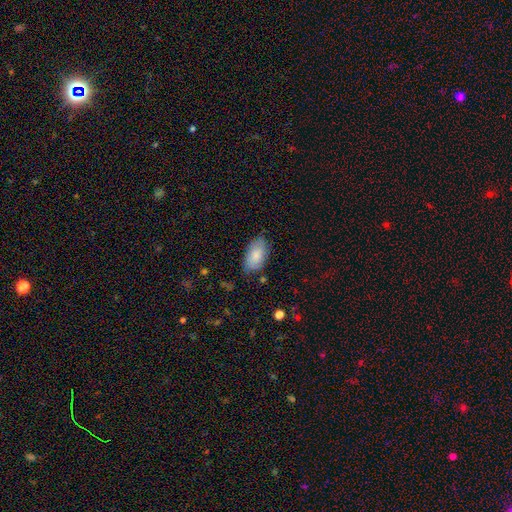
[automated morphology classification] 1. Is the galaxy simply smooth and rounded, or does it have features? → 79% smooth, 15% featured or disk, 6% star or artifact.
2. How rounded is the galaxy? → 94% in between, 3% round, 2% cigar-shaped.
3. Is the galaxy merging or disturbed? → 75% none, 20% minor disturbance, 4% major disturbance, 2% merger.